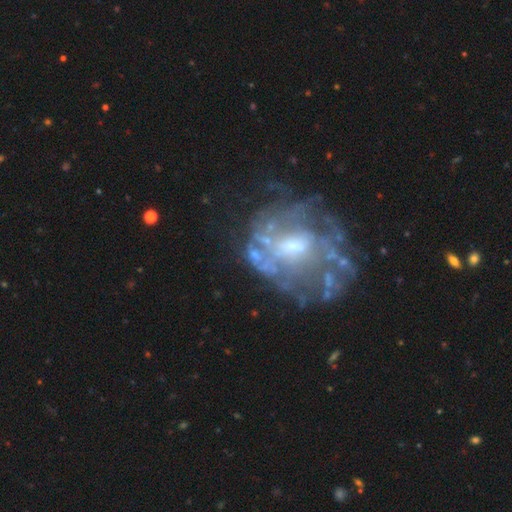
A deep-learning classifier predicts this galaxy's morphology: smooth_or_featured: featured or disk (p=0.74) [alt: smooth p=0.14]
disk_edge_on: no (p=0.97) [alt: yes p=0.03]
bar: no (p=0.56) [alt: weak p=0.35]
has_spiral_arms: no (p=0.56) [alt: yes p=0.44]
bulge_size: moderate (p=0.53) [alt: small p=0.33]
merging: none (p=0.56) [alt: major disturbance p=0.20]